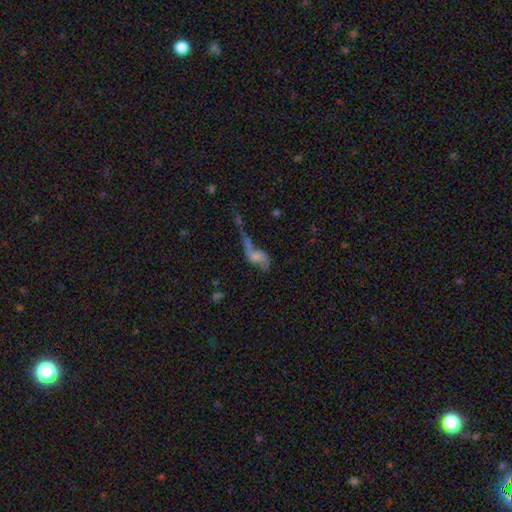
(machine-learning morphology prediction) Q: Smooth or featured?
A: featured or disk (49%); runner-up: smooth (37%)
Q: Merging?
A: major disturbance (39%); runner-up: merger (30%)